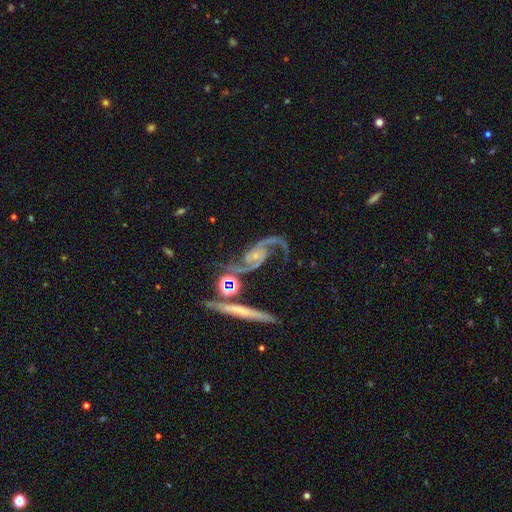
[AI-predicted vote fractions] Smooth or featured?
  - featured or disk: 90% *
  - star or artifact: 6%
  - smooth: 4%
Edge-on disk?
  - no: 96% *
  - yes: 4%
Bar?
  - no: 63% *
  - weak: 26%
  - strong: 11%
Spiral arms?
  - yes: 97% *
  - no: 3%
Spiral winding?
  - loose: 53% *
  - medium: 38%
  - tight: 9%
Spiral arm count?
  - 2: 93% *
  - 1: 2%
  - can't tell: 2%
  - 3: 1%
  - 4: 1%
  - more than 4: 1%
Bulge size?
  - small: 64% *
  - moderate: 23%
  - none: 9%
  - large: 3%
  - dominant: 1%
Merging?
  - none: 57% *
  - minor disturbance: 18%
  - major disturbance: 15%
  - merger: 10%